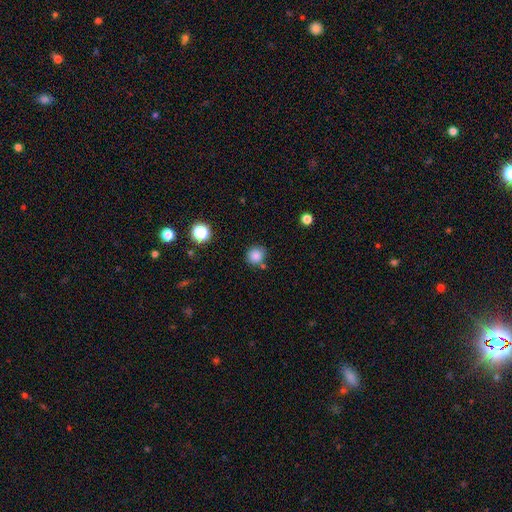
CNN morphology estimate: Smooth or featured: smooth — 84% (star or artifact — 12%)
How rounded: round — 90% (in between — 9%)
Merging: none — 77% (minor disturbance — 13%)